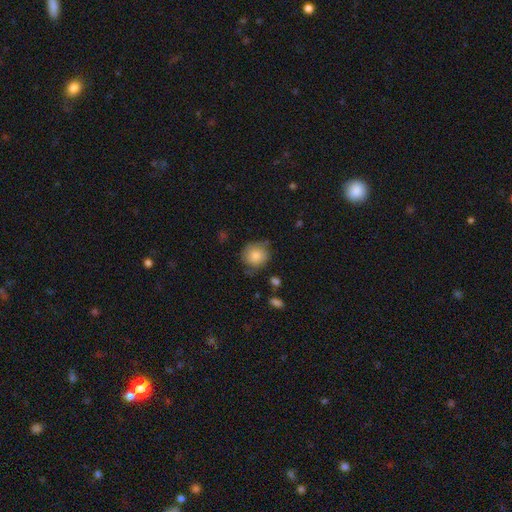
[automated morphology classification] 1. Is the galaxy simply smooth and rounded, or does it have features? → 78% smooth, 15% featured or disk, 7% star or artifact.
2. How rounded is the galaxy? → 84% round, 15% in between, 1% cigar-shaped.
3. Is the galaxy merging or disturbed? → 63% none, 26% minor disturbance, 8% major disturbance, 2% merger.